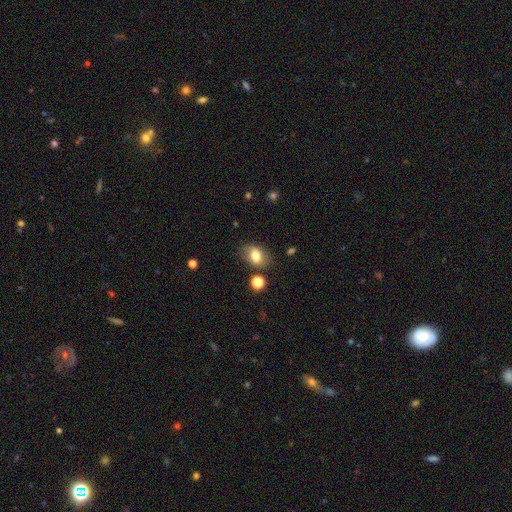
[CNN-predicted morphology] smooth-or-featured: smooth: 74% | featured or disk: 17% | star or artifact: 9%
  how-rounded: in between: 77% | round: 22% | cigar-shaped: 2%
  merging: none: 75% | minor disturbance: 16% | major disturbance: 5% | merger: 4%